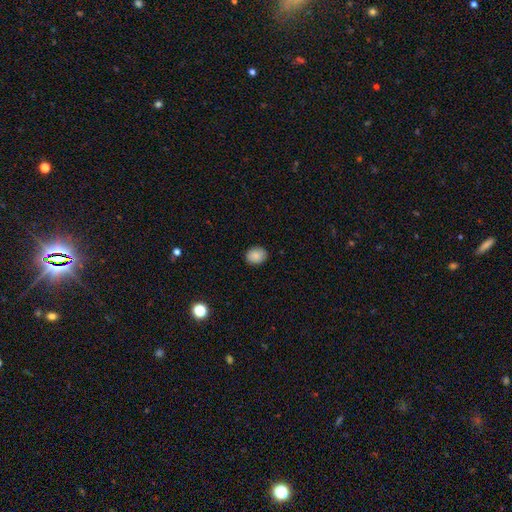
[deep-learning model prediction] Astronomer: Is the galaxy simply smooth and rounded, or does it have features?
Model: smooth — 87%.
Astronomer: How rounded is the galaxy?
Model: in between — 51% (runner-up: round, 48%).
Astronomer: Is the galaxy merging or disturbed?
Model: none — 87%.